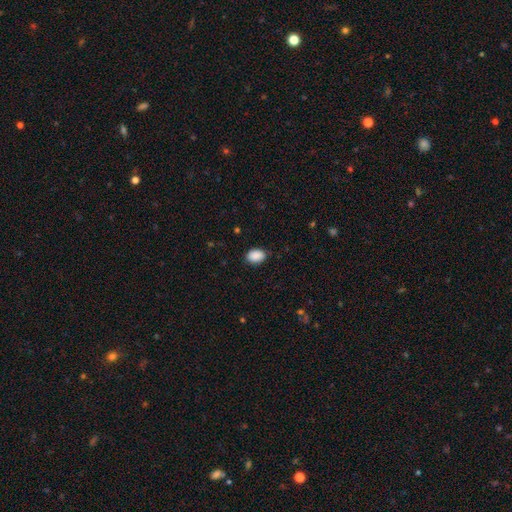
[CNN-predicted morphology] A smooth galaxy with no disk features (89%) that is in between round and cigar-shaped (80%).

Vote fractions:
- Smooth or featured? smooth: 89% / star or artifact: 7% / featured or disk: 3%
- How rounded? in between: 80% / round: 19% / cigar-shaped: 1%
- Merging? none: 83% / minor disturbance: 13% / major disturbance: 3% / merger: 1%